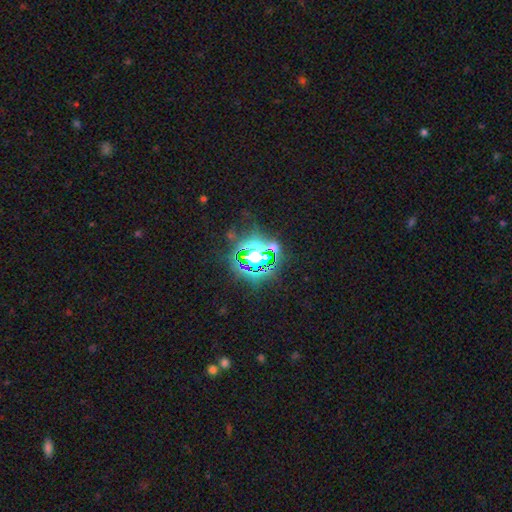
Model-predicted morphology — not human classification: Smooth or featured?
  - star or artifact: 73% *
  - smooth: 16%
  - featured or disk: 11%